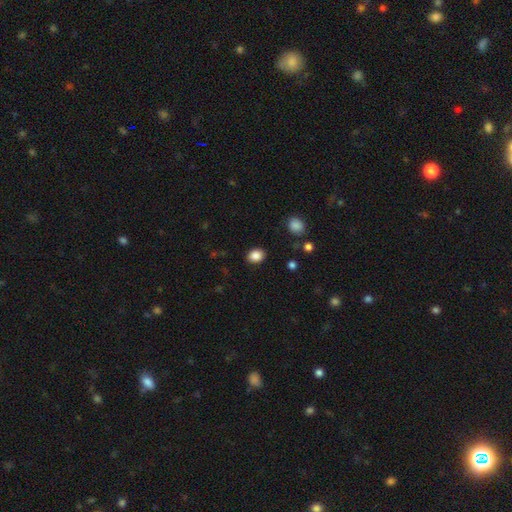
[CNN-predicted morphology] smooth_or_featured: smooth (p=0.85) [alt: star or artifact p=0.10]
how_rounded: round (p=0.56) [alt: in between p=0.44]
merging: none (p=0.89) [alt: minor disturbance p=0.07]